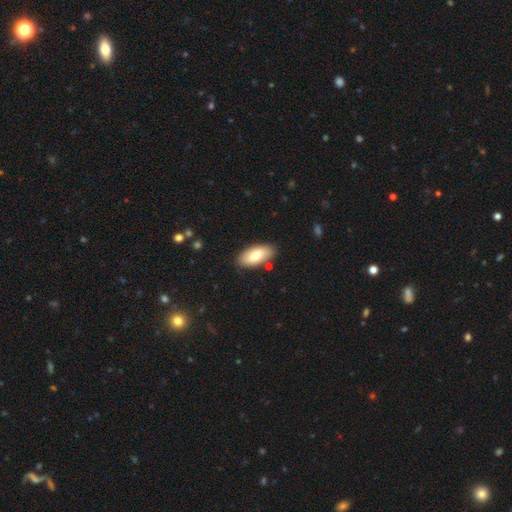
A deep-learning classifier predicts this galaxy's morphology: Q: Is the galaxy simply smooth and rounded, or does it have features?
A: smooth — 72%.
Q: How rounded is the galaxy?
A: in between — 92%.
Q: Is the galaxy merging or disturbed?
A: none — 85%.